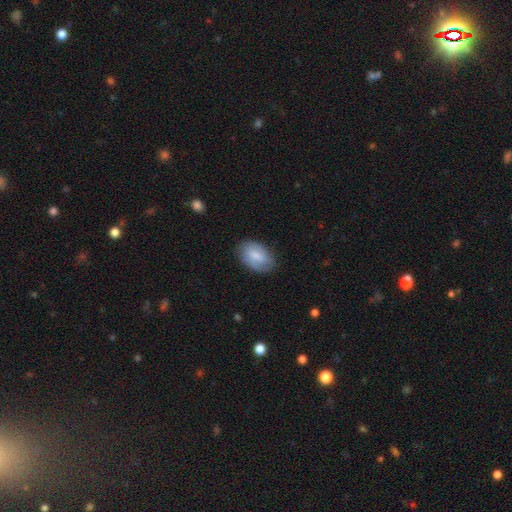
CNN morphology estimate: A smooth galaxy with no disk features (60%) that is in between round and cigar-shaped (88%).

Vote fractions:
- Smooth or featured? smooth: 60% / featured or disk: 33% / star or artifact: 7%
- How rounded? in between: 88% / round: 11% / cigar-shaped: 2%
- Merging? none: 75% / minor disturbance: 19% / major disturbance: 5% / merger: 1%